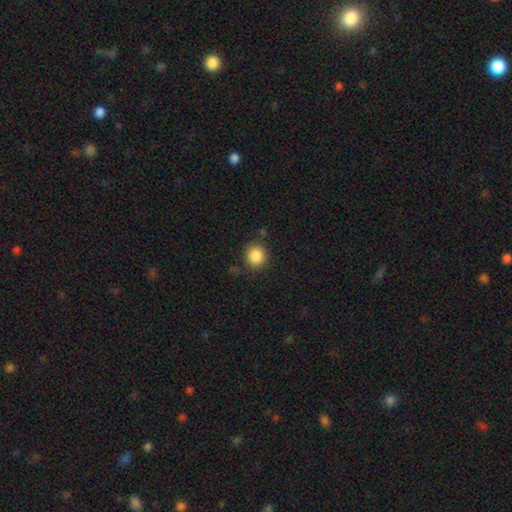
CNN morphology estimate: A smooth galaxy with no disk features (87%) that is round (85%). Merging: none (84%).